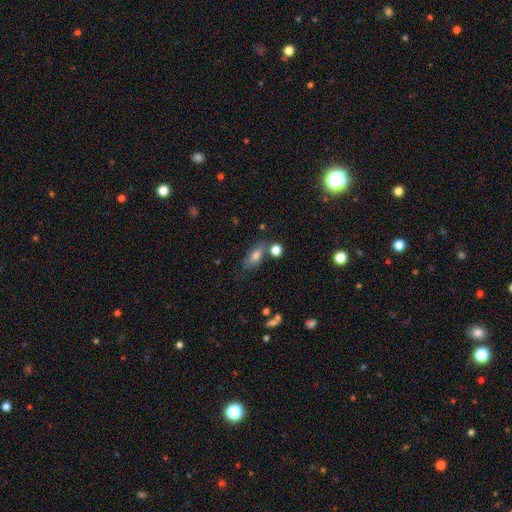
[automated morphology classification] Smooth or featured?
  - smooth: 73% *
  - featured or disk: 17%
  - star or artifact: 10%
How rounded?
  - in between: 79% *
  - cigar-shaped: 12%
  - round: 8%
Merging?
  - none: 58% *
  - minor disturbance: 19%
  - merger: 16%
  - major disturbance: 7%